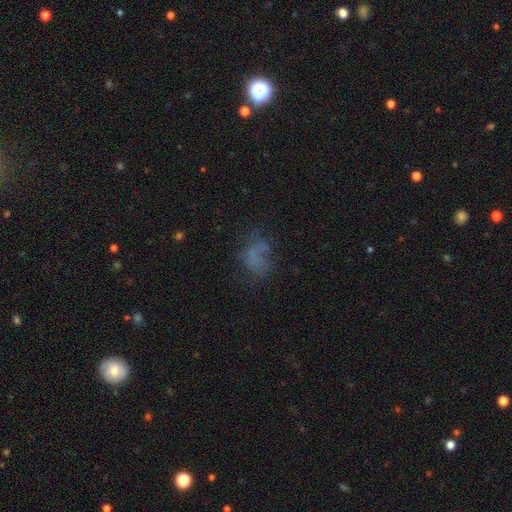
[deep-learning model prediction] Smooth or featured? smooth (44%)
Merging? none (45%)